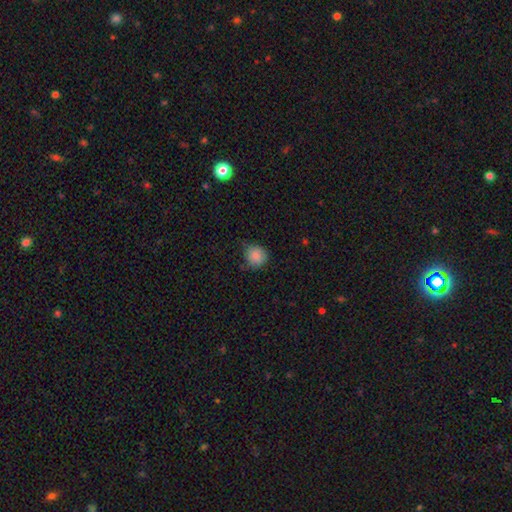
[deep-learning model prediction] This is clearly a smooth galaxy (85%). How rounded: clearly round (91%). Merging: likely none (69%).